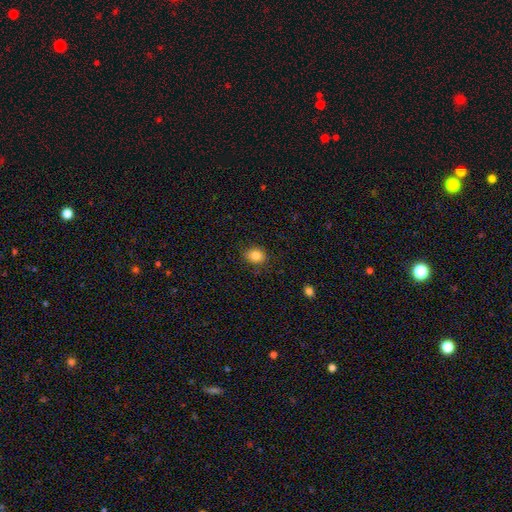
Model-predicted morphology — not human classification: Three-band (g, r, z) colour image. It shows a smooth galaxy with no disk features (84%) that is round (56%). Merging: none (84%).